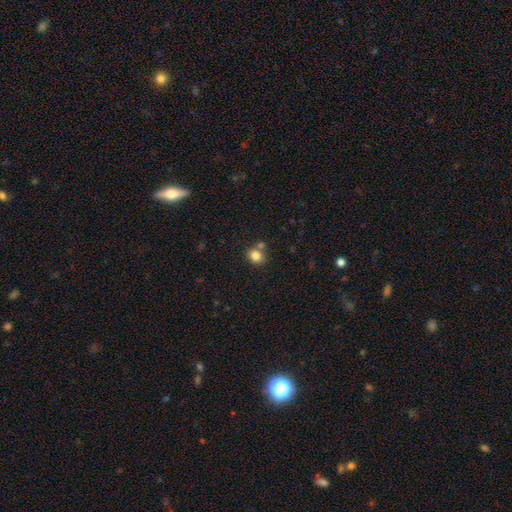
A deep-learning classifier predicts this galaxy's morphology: Smooth or featured?
  - smooth: 82% *
  - star or artifact: 11%
  - featured or disk: 7%
How rounded?
  - round: 74% *
  - in between: 26%
  - cigar-shaped: 1%
Merging?
  - none: 65% *
  - merger: 22%
  - minor disturbance: 10%
  - major disturbance: 3%